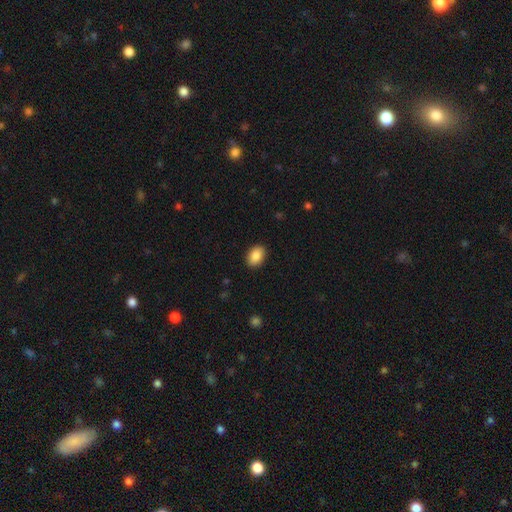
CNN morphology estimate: type=smooth (87%); roundness=in between (82%); merging=none (90%).